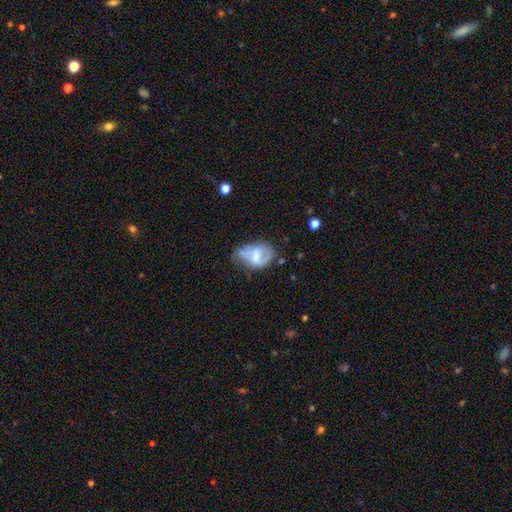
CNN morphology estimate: A smooth galaxy with no disk features (49%).

Vote fractions:
- Smooth or featured? smooth: 49% / featured or disk: 44% / star or artifact: 8%
- Merging? minor disturbance: 39% / none: 35% / major disturbance: 20% / merger: 6%